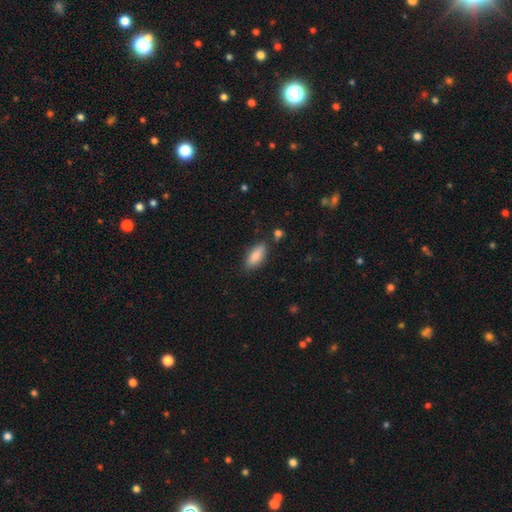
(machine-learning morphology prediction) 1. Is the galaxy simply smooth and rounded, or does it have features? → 82% smooth, 12% featured or disk, 7% star or artifact.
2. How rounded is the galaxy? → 78% in between, 20% cigar-shaped, 2% round.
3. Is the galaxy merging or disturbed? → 79% none, 14% minor disturbance, 4% merger, 3% major disturbance.